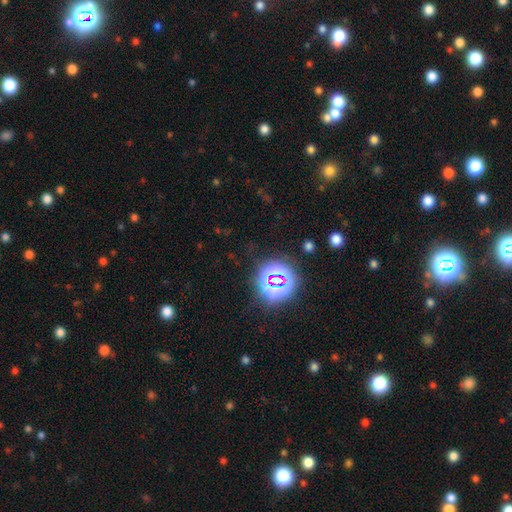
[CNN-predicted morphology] A star or artifact, not a galaxy (74%).